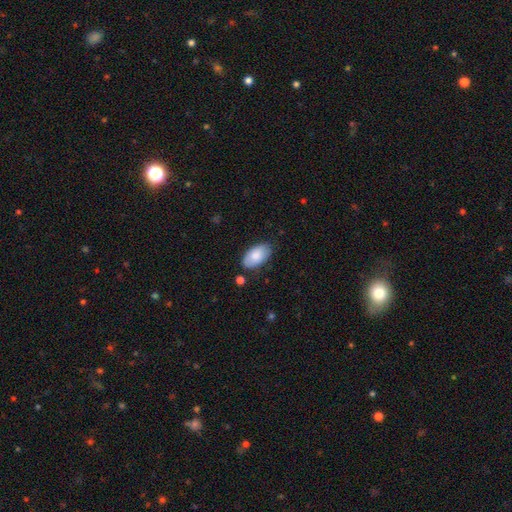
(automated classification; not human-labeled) Smooth or featured? Predicted: smooth (p=0.82). How rounded? Predicted: in between (p=0.95). Merging? Predicted: none (p=0.78).